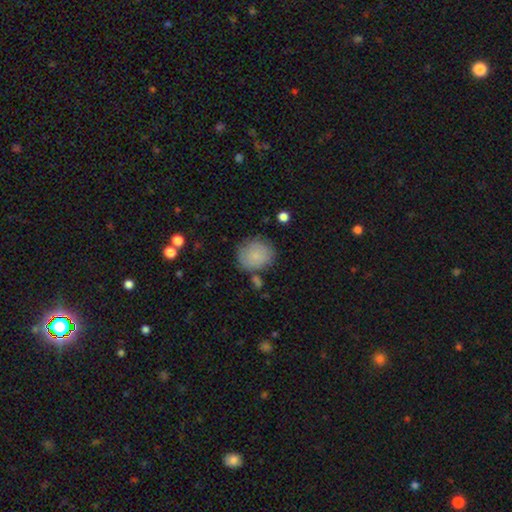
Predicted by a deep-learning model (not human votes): This is clearly a smooth galaxy (81%). How rounded: likely round (75%). Merging: likely none (69%).